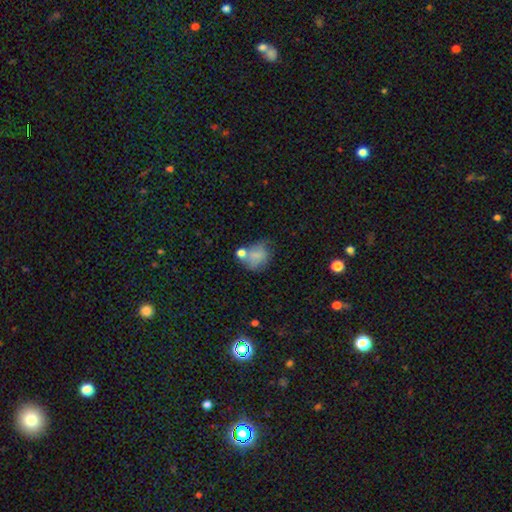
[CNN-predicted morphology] smooth_or_featured: smooth (p=0.72) [alt: featured or disk p=0.17]
how_rounded: round (p=0.53) [alt: in between p=0.45]
merging: none (p=0.36) [alt: merger p=0.25]